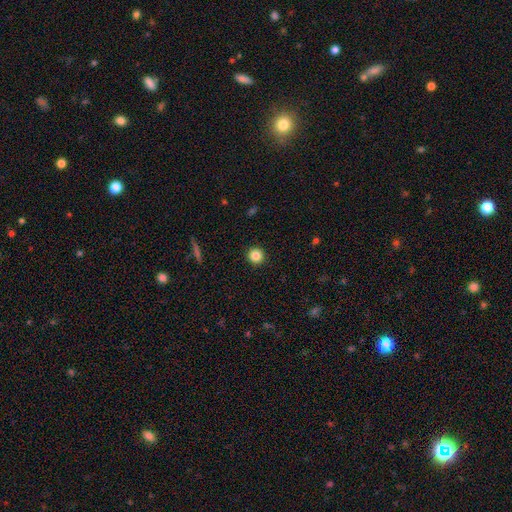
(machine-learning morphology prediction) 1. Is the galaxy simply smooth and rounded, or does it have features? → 84% smooth, 11% star or artifact, 5% featured or disk.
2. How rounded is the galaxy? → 95% round, 4% in between, 1% cigar-shaped.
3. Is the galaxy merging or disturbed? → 93% none, 5% minor disturbance, 2% major disturbance, 1% merger.